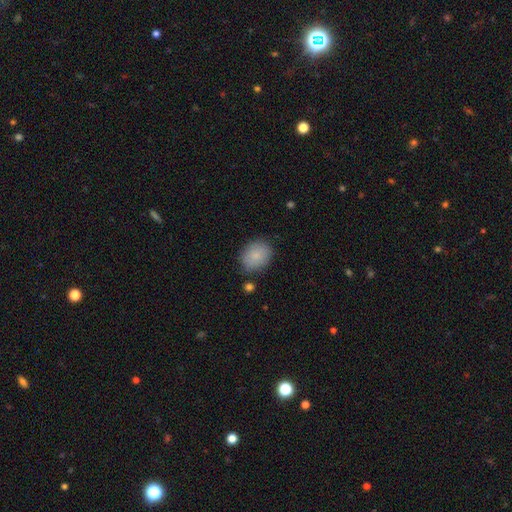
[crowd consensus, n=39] Morphology: type=smooth (87%); roundness=in between (62%); merging=none (84%).